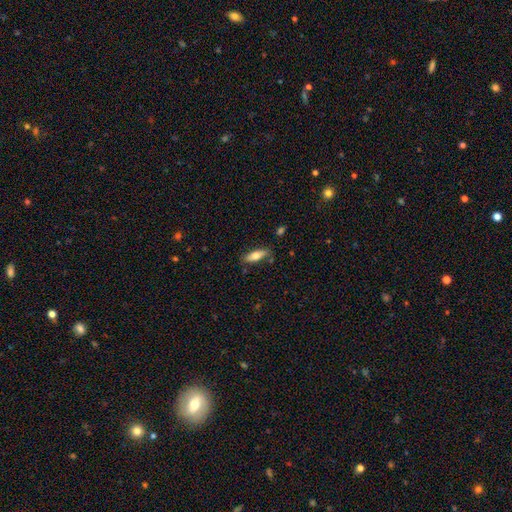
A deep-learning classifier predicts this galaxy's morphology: This is likely a smooth galaxy (71%). How rounded: possibly in between (56%). Merging: likely none (79%).